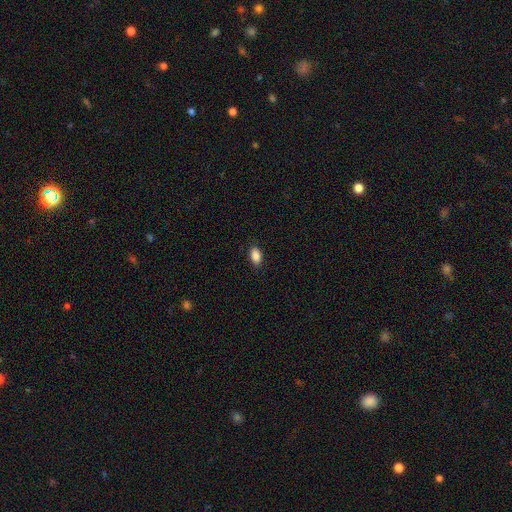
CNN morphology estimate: Smooth or featured?
  - smooth: 89% *
  - star or artifact: 8%
  - featured or disk: 3%
How rounded?
  - in between: 92% *
  - round: 5%
  - cigar-shaped: 3%
Merging?
  - none: 88% *
  - minor disturbance: 9%
  - major disturbance: 2%
  - merger: 1%